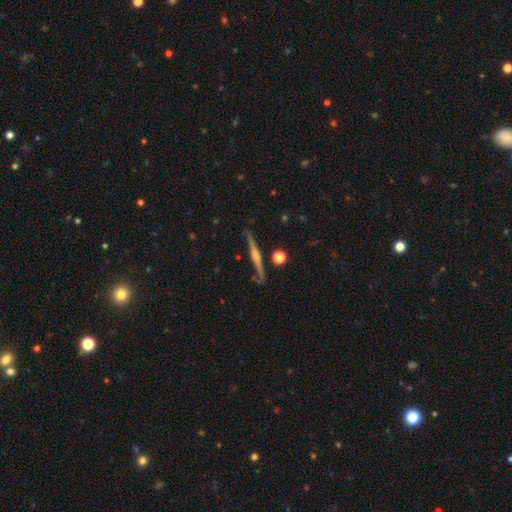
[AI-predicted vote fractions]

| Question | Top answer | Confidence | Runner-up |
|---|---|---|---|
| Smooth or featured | featured or disk | 74% | smooth (19%) |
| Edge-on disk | yes | 97% | no (3%) |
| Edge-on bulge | rounded | 69% | none (18%) |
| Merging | none | 82% | minor disturbance (12%) |